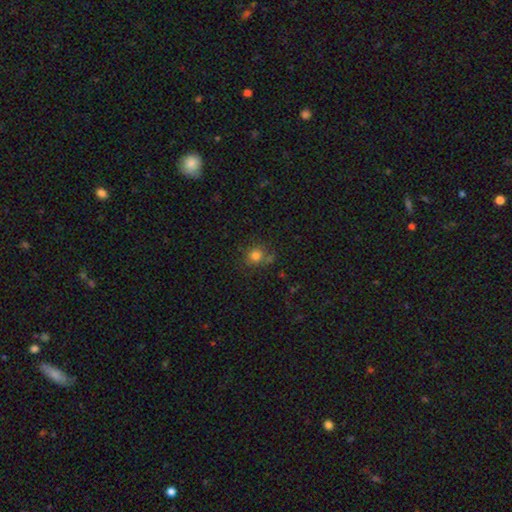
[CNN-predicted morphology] A smooth galaxy with no disk features (78%) that is round (80%).

Vote fractions:
- Smooth or featured? smooth: 78% / star or artifact: 14% / featured or disk: 7%
- How rounded? round: 80% / in between: 19% / cigar-shaped: 1%
- Merging? none: 68% / minor disturbance: 15% / merger: 12% / major disturbance: 5%